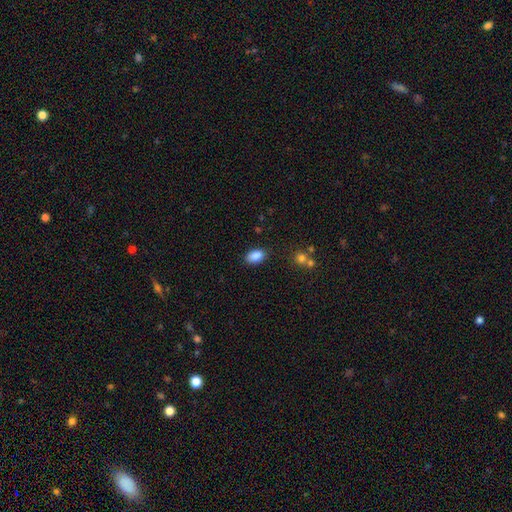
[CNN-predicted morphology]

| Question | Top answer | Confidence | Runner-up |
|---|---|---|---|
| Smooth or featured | smooth | 88% | star or artifact (8%) |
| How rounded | in between | 90% | round (9%) |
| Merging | none | 84% | minor disturbance (12%) |